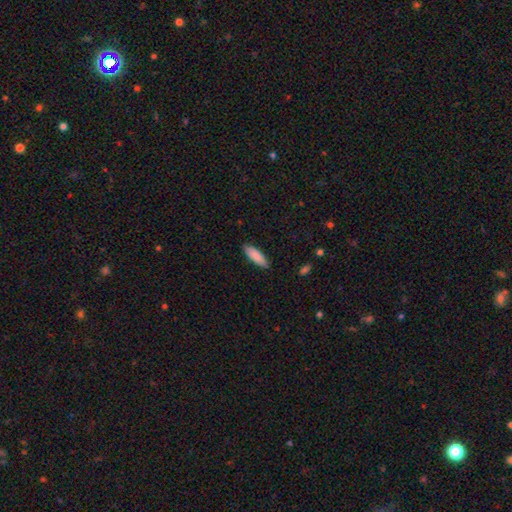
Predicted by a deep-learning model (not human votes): A smooth galaxy with no disk features (87%) that is cigar-shaped (52%).

Vote fractions:
- Smooth or featured? smooth: 87% / featured or disk: 7% / star or artifact: 6%
- How rounded? cigar-shaped: 52% / in between: 47% / round: 1%
- Merging? none: 88% / minor disturbance: 9% / major disturbance: 2% / merger: 1%